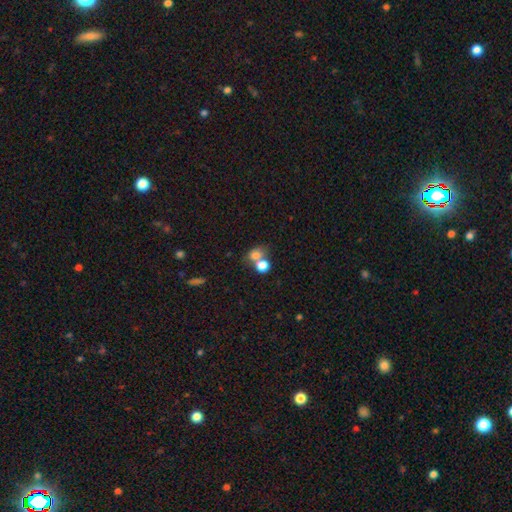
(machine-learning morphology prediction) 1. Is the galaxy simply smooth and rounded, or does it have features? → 75% smooth, 13% star or artifact, 12% featured or disk.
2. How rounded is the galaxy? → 56% round, 42% in between, 2% cigar-shaped.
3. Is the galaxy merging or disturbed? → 54% merger, 32% none, 8% minor disturbance, 5% major disturbance.